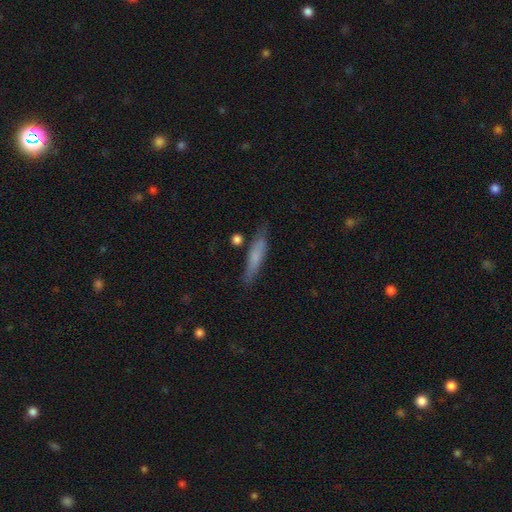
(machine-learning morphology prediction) This is likely a smooth galaxy (67%). How rounded: clearly cigar-shaped (80%). Merging: likely none (75%).